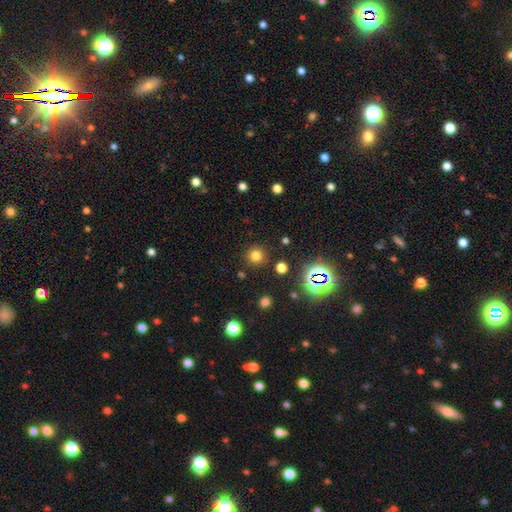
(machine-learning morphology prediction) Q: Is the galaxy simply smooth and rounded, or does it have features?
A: smooth — 74%.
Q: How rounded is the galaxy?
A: round — 93%.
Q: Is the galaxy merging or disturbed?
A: none — 87%.